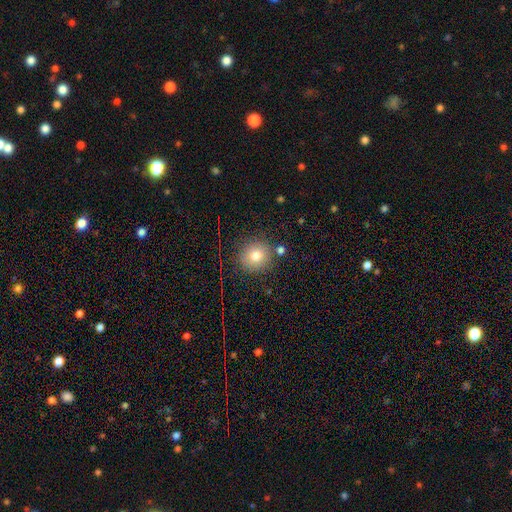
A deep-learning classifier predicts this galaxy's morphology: The model was most divided on "smooth or featured": smooth: 78%, star or artifact: 12%, featured or disk: 10%. More confident: how rounded — round (89%); merging — none (82%).